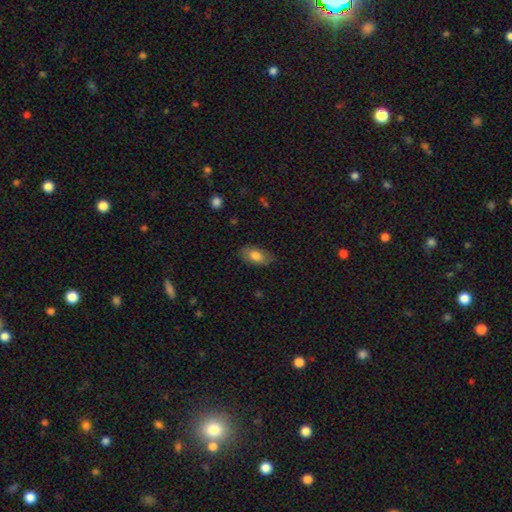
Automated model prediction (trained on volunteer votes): smooth 77%, featured or disk 16%, star or artifact 7%. Down the decision tree: how rounded — in between (93%); merging — none (81%).